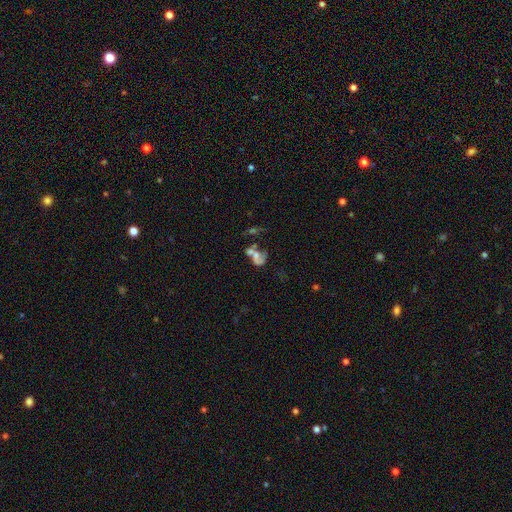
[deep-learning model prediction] Q: Smooth or featured?
A: featured or disk (50%); runner-up: smooth (36%)
Q: Merging?
A: merger (49%); runner-up: major disturbance (22%)